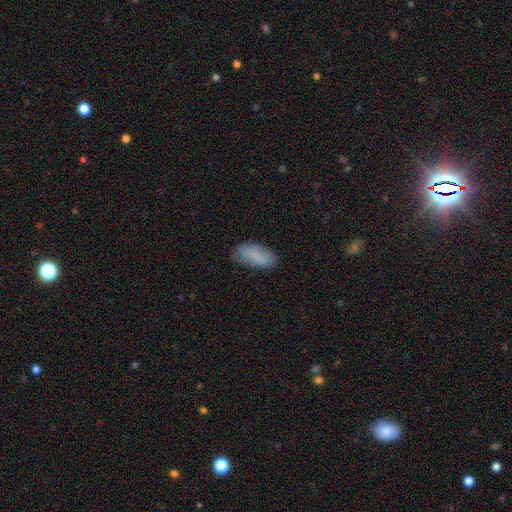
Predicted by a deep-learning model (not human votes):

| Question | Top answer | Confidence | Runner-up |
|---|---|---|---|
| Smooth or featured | smooth | 85% | featured or disk (9%) |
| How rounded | in between | 85% | cigar-shaped (13%) |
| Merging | none | 76% | minor disturbance (19%) |